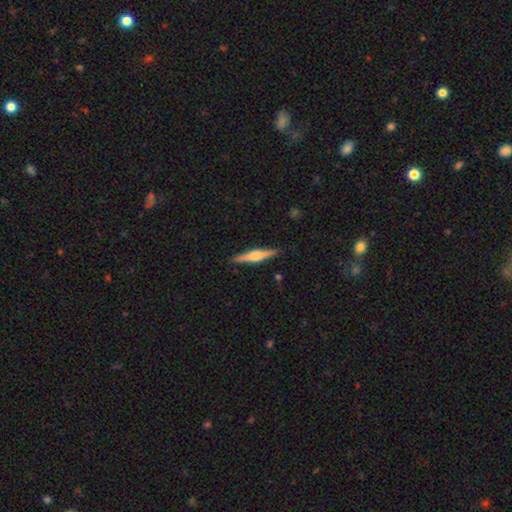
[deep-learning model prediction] Q: Smooth or featured?
A: featured or disk (65%); runner-up: smooth (29%)
Q: Edge-on disk?
A: yes (98%); runner-up: no (2%)
Q: Edge-on bulge?
A: rounded (76%); runner-up: boxy (19%)
Q: Merging?
A: none (90%); runner-up: minor disturbance (7%)